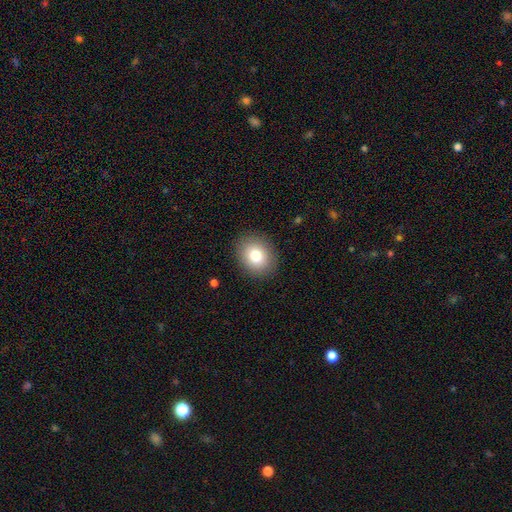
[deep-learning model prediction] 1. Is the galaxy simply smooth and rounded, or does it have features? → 79% smooth, 11% featured or disk, 10% star or artifact.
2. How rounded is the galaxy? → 57% round, 42% in between, 1% cigar-shaped.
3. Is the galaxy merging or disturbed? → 89% none, 8% minor disturbance, 3% major disturbance, 1% merger.